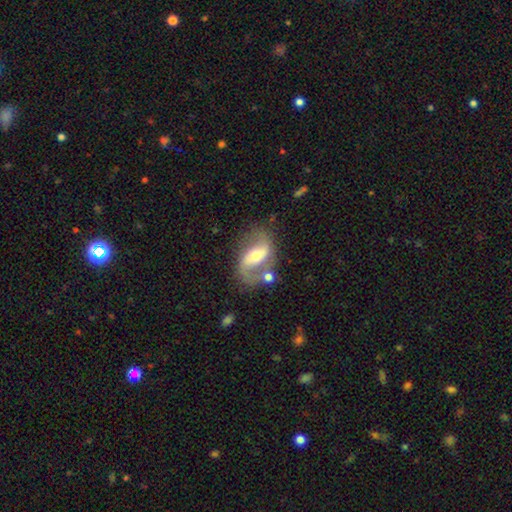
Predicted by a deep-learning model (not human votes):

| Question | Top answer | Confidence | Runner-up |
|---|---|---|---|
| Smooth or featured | featured or disk | 82% | smooth (12%) |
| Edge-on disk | no | 96% | yes (4%) |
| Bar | strong | 38% | weak (37%) |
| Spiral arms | yes | 92% | no (8%) |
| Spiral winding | loose | 57% | medium (34%) |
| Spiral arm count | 2 | 89% | 1 (5%) |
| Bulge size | moderate | 62% | small (26%) |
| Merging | none | 63% | minor disturbance (17%) |